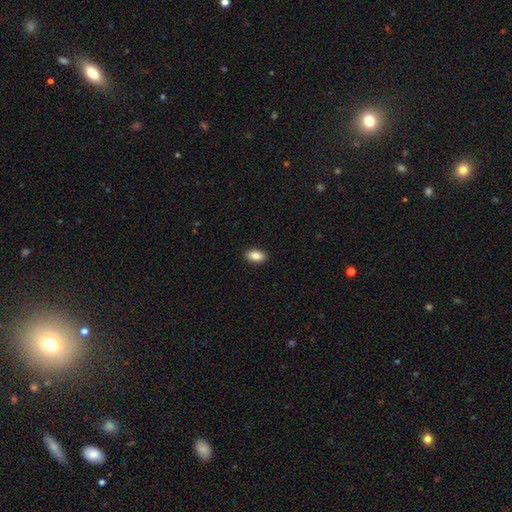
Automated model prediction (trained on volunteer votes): This is clearly a smooth galaxy (87%). How rounded: clearly in between (92%). Merging: clearly none (90%).